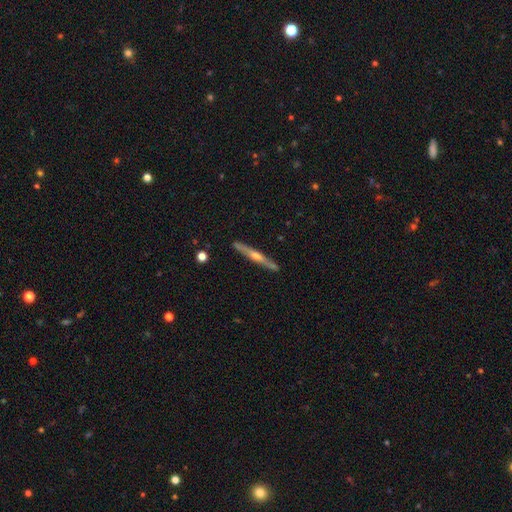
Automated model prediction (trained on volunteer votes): Smooth or featured? Predicted: featured or disk (p=0.71). Edge-on disk? Predicted: yes (p=0.97). Edge-on bulge? Predicted: rounded (p=0.82). Merging? Predicted: none (p=0.89).